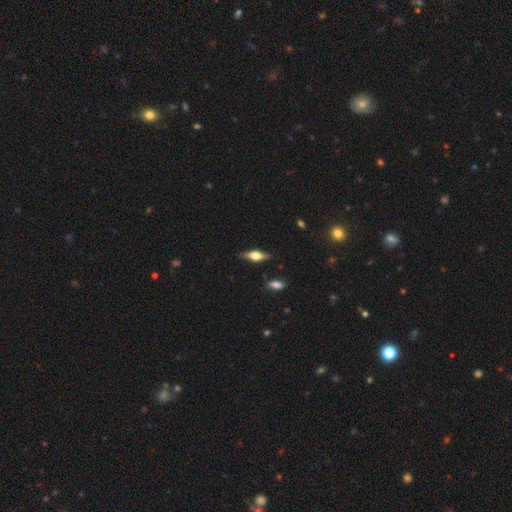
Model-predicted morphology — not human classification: Smooth or featured: featured or disk — 54% (smooth — 38%)
Edge-on disk: yes — 93% (no — 7%)
Edge-on bulge: rounded — 89% (boxy — 9%)
Merging: none — 83% (minor disturbance — 12%)